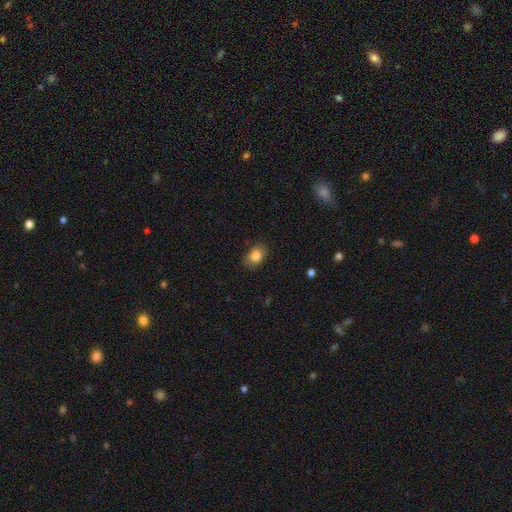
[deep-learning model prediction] A smooth galaxy with no disk features (84%) that is in between round and cigar-shaped (74%).

Vote fractions:
- Smooth or featured? smooth: 84% / star or artifact: 9% / featured or disk: 8%
- How rounded? in between: 74% / round: 25% / cigar-shaped: 1%
- Merging? none: 82% / minor disturbance: 14% / major disturbance: 3% / merger: 1%